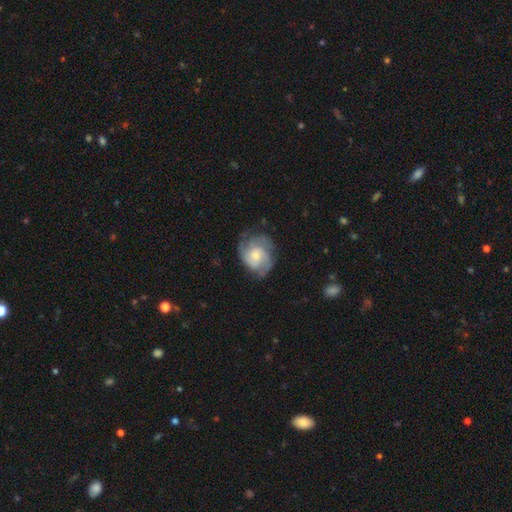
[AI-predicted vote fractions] featured or disk 74%, smooth 20%, star or artifact 6%. Down the decision tree: edge-on disk — no (98%); bar — no (68%); spiral arms — yes (92%); spiral arm count — 2 (34%); spiral winding — tight (44%); bulge size — moderate (51%); merging — none (64%).